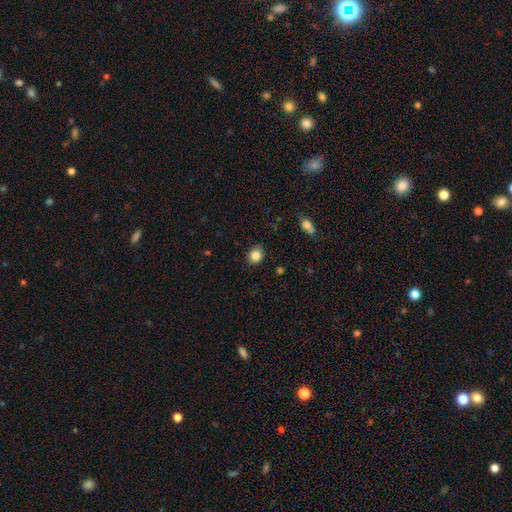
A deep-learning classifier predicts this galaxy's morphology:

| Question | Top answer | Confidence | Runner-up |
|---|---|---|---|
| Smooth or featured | smooth | 84% | star or artifact (10%) |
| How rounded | round | 70% | in between (29%) |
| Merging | none | 87% | minor disturbance (9%) |